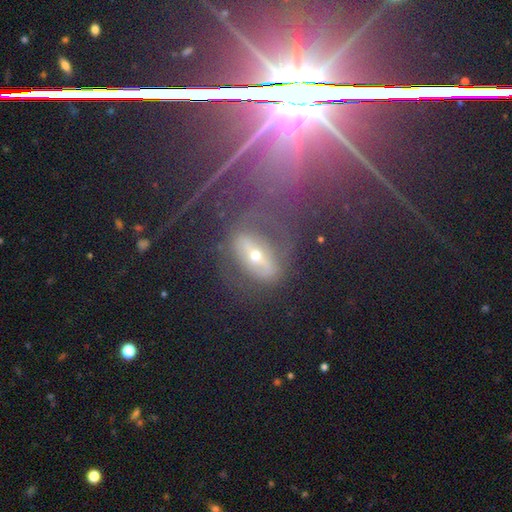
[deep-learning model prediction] Smooth or featured?
  - featured or disk: 51% *
  - star or artifact: 26%
  - smooth: 23%
Edge-on disk?
  - no: 71% *
  - yes: 29%
Merging?
  - none: 66% *
  - minor disturbance: 17%
  - major disturbance: 14%
  - merger: 4%